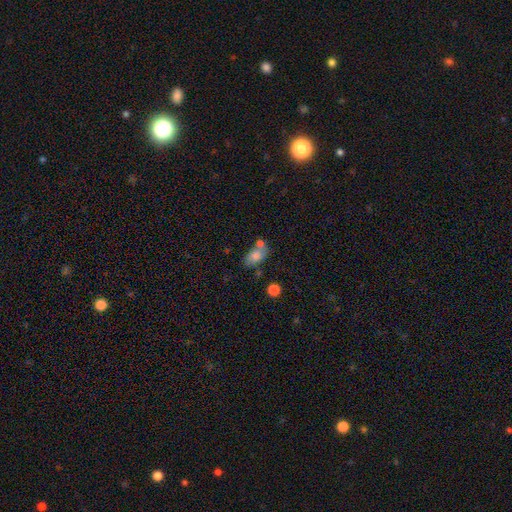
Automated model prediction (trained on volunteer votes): smooth-or-featured: smooth: 76% | featured or disk: 16% | star or artifact: 9%
  how-rounded: in between: 87% | round: 10% | cigar-shaped: 3%
  merging: none: 45% | merger: 34% | minor disturbance: 16% | major disturbance: 6%